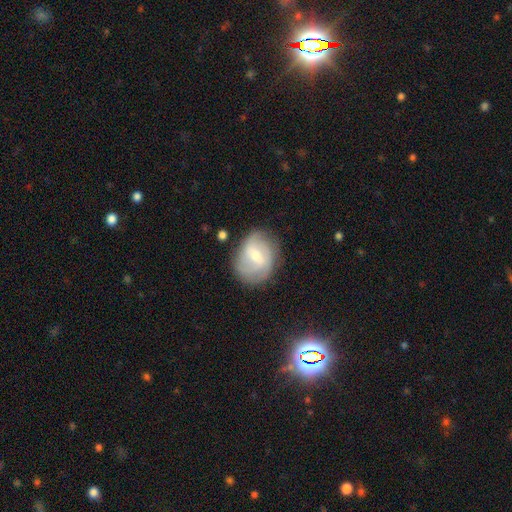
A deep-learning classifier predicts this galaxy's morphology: Q: Smooth or featured?
A: featured or disk (63%); runner-up: smooth (30%)
Q: Edge-on disk?
A: no (97%); runner-up: yes (3%)
Q: Bar?
A: weak (58%); runner-up: no (22%)
Q: Spiral arms?
A: yes (84%); runner-up: no (16%)
Q: Spiral winding?
A: medium (43%); runner-up: tight (33%)
Q: Spiral arm count?
A: 2 (41%); runner-up: can't tell (29%)
Q: Bulge size?
A: moderate (46%); tied with: small (46%)
Q: Merging?
A: none (70%); runner-up: minor disturbance (20%)